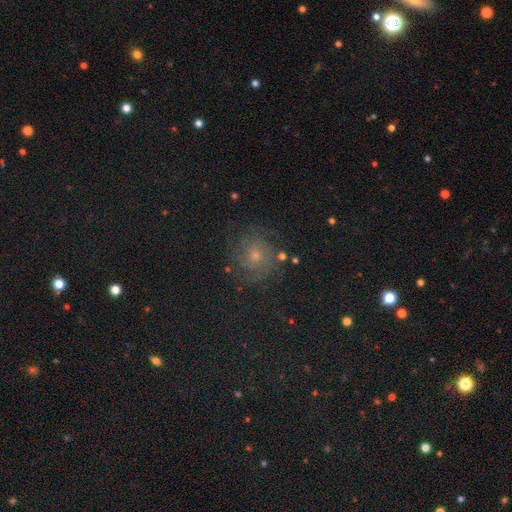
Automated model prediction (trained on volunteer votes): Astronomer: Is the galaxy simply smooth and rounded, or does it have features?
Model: featured or disk — 53% (runner-up: star or artifact, 28%).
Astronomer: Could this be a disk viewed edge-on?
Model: no — 97%.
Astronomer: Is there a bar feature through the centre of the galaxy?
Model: no — 78%.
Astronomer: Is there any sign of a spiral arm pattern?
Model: yes — 90%.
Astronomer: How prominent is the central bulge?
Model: small — 50% (runner-up: moderate, 42%).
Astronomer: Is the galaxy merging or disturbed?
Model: none — 77%.